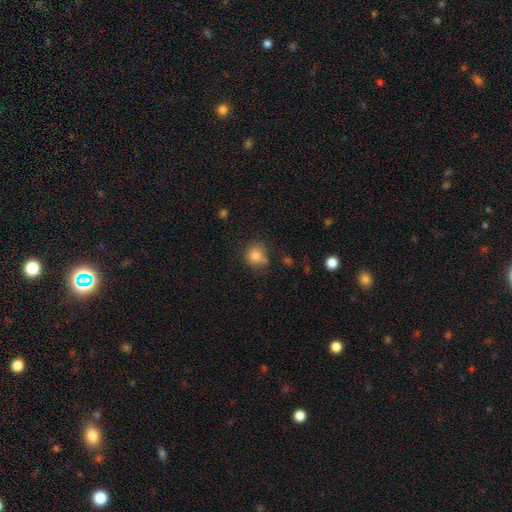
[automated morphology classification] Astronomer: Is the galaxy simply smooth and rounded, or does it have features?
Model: smooth — 81%.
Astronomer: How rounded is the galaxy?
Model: round — 78%.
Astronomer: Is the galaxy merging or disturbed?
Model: none — 61%.